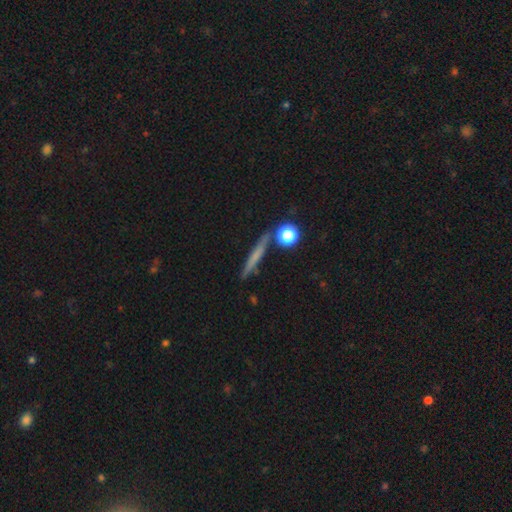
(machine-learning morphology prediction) type=smooth (49%); merging=none (81%).